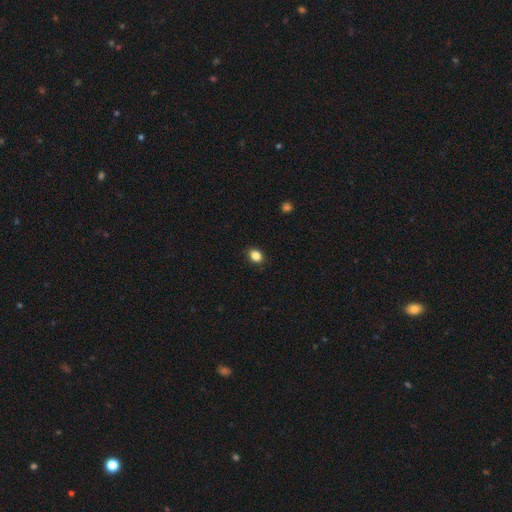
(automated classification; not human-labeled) Q: Smooth or featured?
A: smooth (86%); runner-up: star or artifact (10%)
Q: How rounded?
A: in between (57%); runner-up: round (42%)
Q: Merging?
A: none (89%); runner-up: minor disturbance (8%)